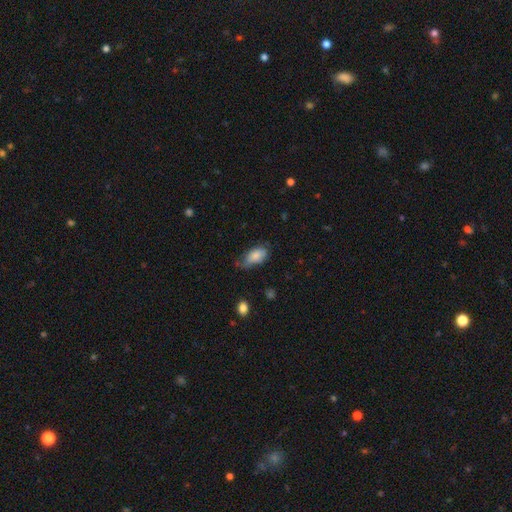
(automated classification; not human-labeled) smooth 82%, featured or disk 11%, star or artifact 7%. Down the decision tree: how rounded — in between (92%); merging — none (44%).